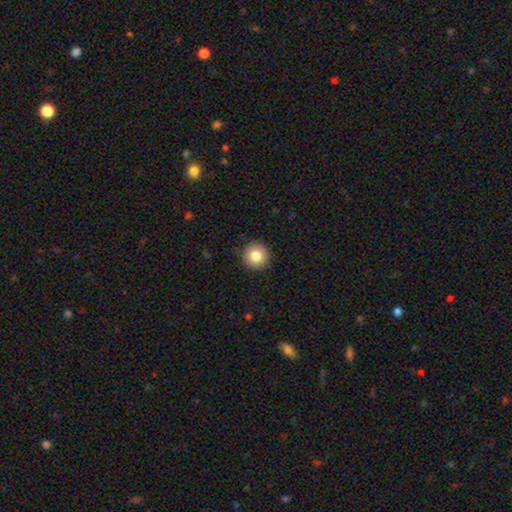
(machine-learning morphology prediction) Smooth or featured: smooth — 82% (star or artifact — 9%)
How rounded: round — 96% (in between — 3%)
Merging: none — 91% (minor disturbance — 6%)